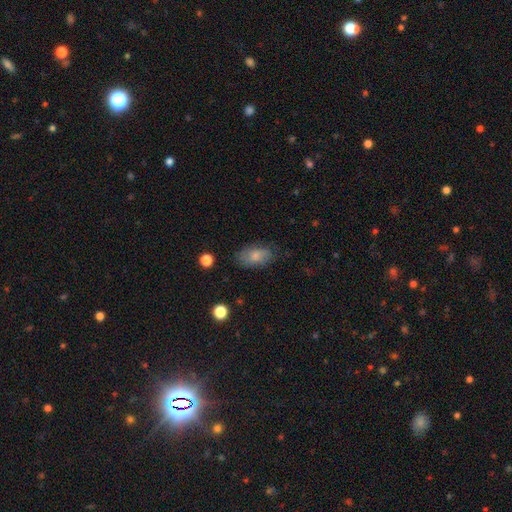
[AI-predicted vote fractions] Morphology: type=smooth (79%); roundness=in between (91%); merging=none (74%).